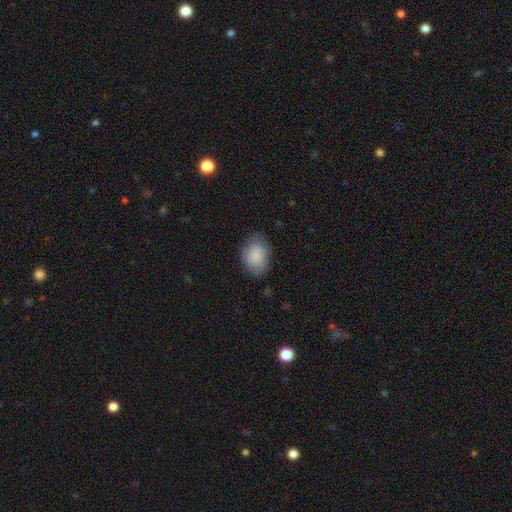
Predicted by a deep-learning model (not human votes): smooth-or-featured: smooth: 86% | featured or disk: 7% | star or artifact: 7%
  how-rounded: in between: 68% | round: 31% | cigar-shaped: 1%
  merging: none: 74% | minor disturbance: 20% | major disturbance: 5% | merger: 1%